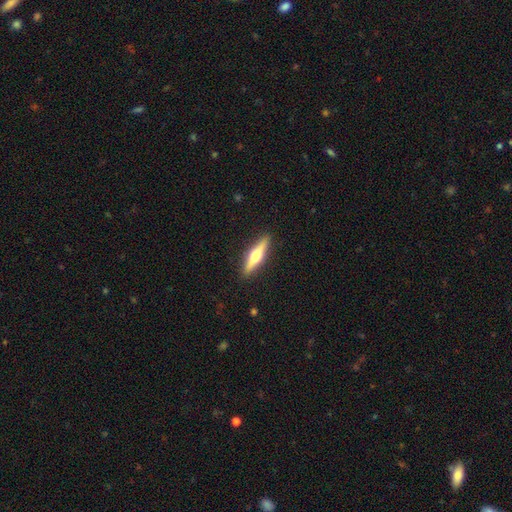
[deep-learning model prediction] A featured or disk galaxy (58%) viewed edge-on (96%) with a rounded central bulge (94%).

Vote fractions:
- Smooth or featured? featured or disk: 58% / smooth: 36% / star or artifact: 5%
- Edge-on disk? yes: 96% / no: 4%
- Edge-on bulge? rounded: 94% / boxy: 4% / none: 3%
- Merging? none: 91% / minor disturbance: 6% / major disturbance: 1% / merger: 1%